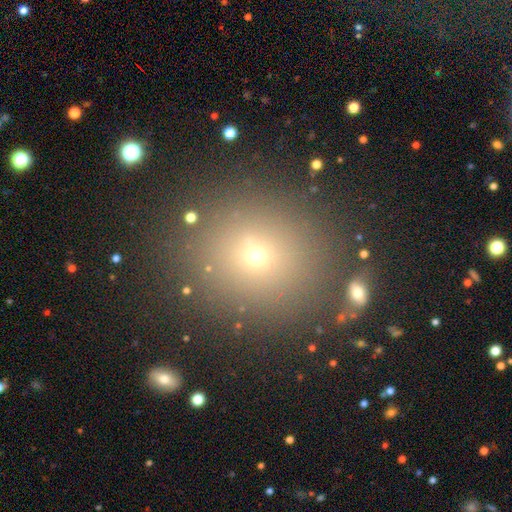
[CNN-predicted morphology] Q: Smooth or featured?
A: smooth (60%); runner-up: star or artifact (30%)
Q: How rounded?
A: round (84%); runner-up: in between (15%)
Q: Merging?
A: none (86%); runner-up: minor disturbance (7%)